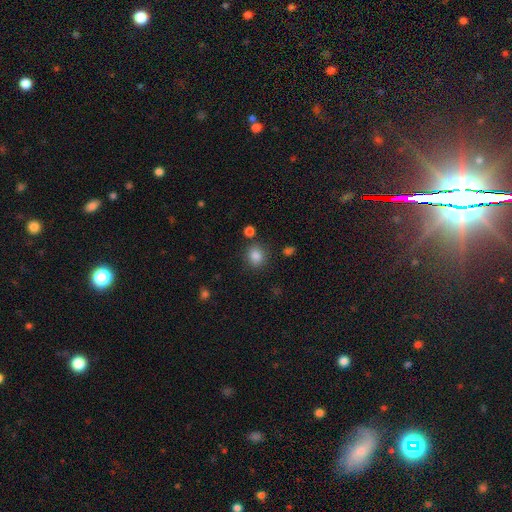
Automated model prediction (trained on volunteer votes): smooth_or_featured: smooth (p=0.85) [alt: star or artifact p=0.11]
how_rounded: round (p=0.77) [alt: in between p=0.22]
merging: none (p=0.82) [alt: minor disturbance p=0.10]